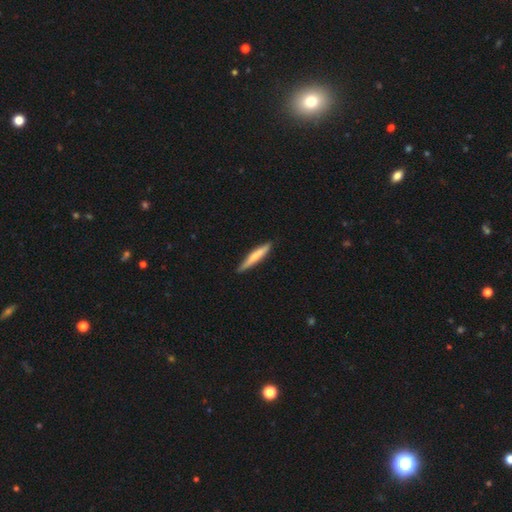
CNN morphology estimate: This appears to be a smooth galaxy with no disk features (62%) that is cigar-shaped (93%). Merging: none (86%).